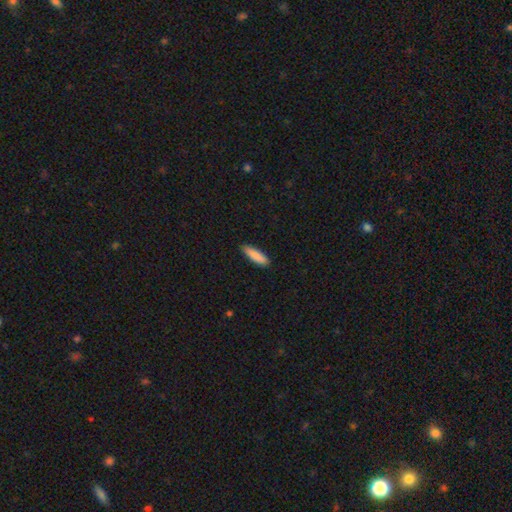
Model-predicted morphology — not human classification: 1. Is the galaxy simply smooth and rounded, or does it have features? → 88% smooth, 6% featured or disk, 6% star or artifact.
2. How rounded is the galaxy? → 64% cigar-shaped, 35% in between, 1% round.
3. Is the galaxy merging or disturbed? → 87% none, 10% minor disturbance, 2% major disturbance, 1% merger.